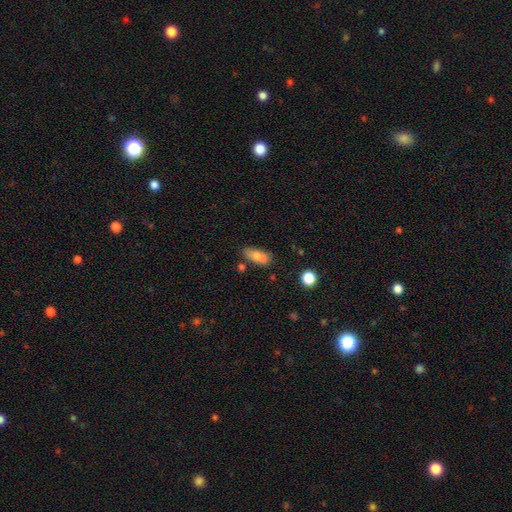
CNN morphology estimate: Smooth or featured?
  - smooth: 71% *
  - featured or disk: 18%
  - star or artifact: 10%
How rounded?
  - in between: 74% *
  - cigar-shaped: 18%
  - round: 8%
Merging?
  - none: 47% *
  - merger: 32%
  - minor disturbance: 15%
  - major disturbance: 6%